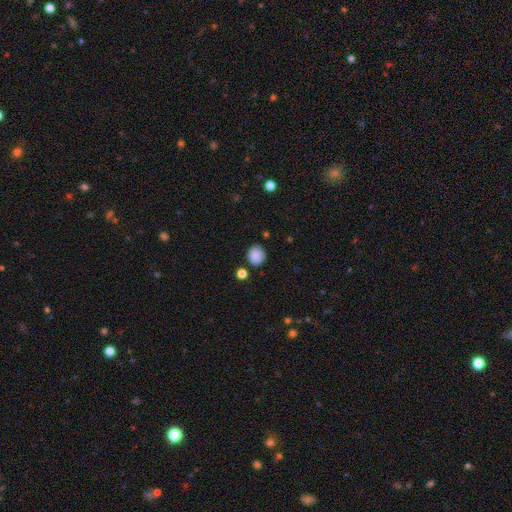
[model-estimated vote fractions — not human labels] Morphology: type=smooth (87%); roundness=round (77%); merging=none (82%).